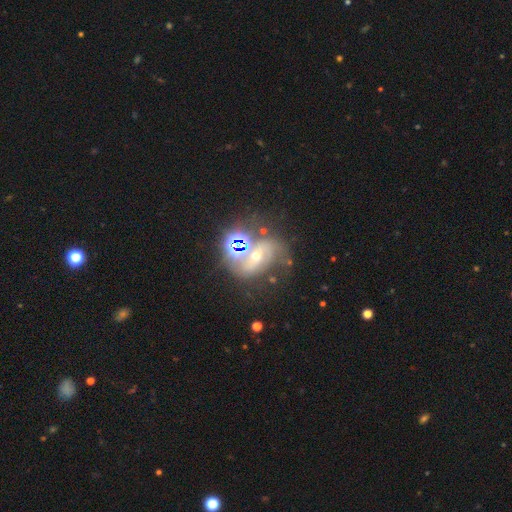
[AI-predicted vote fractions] This is possibly a featured or disk galaxy (51%). It is clearly not viewed edge-on (95%). Merging: marginally none (44%).